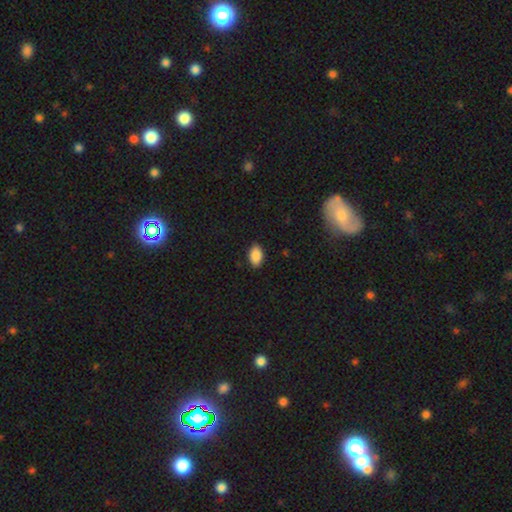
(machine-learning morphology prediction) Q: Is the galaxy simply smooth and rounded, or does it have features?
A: smooth — 88%.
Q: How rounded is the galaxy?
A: in between — 92%.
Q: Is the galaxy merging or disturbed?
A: none — 87%.